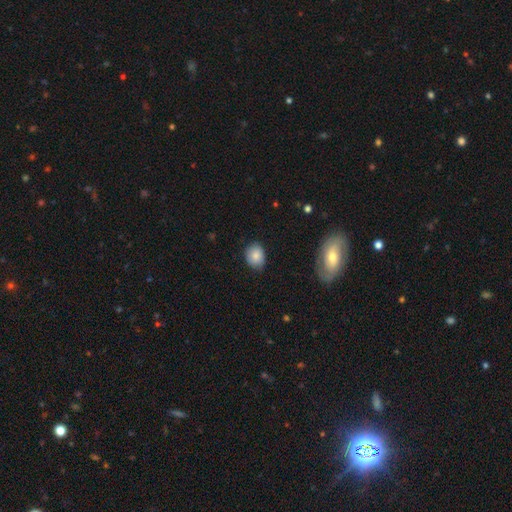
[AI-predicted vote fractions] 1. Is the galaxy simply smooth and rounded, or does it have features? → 84% smooth, 8% star or artifact, 8% featured or disk.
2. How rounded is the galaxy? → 54% round, 45% in between, 1% cigar-shaped.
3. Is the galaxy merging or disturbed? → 80% none, 16% minor disturbance, 3% major disturbance, 1% merger.